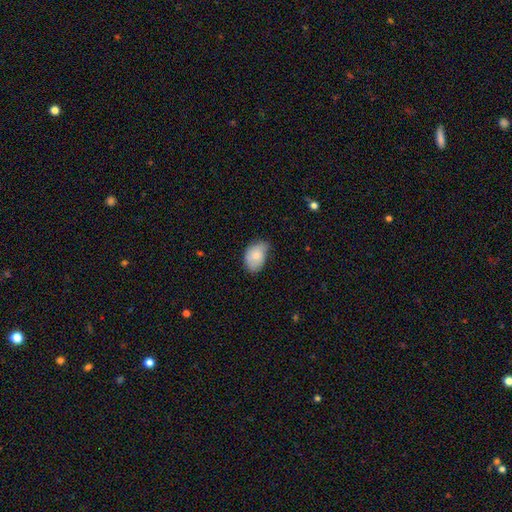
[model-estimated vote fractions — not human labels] This appears to be a smooth galaxy with no disk features (79%) that is in between round and cigar-shaped (85%). Merging: none (51%).